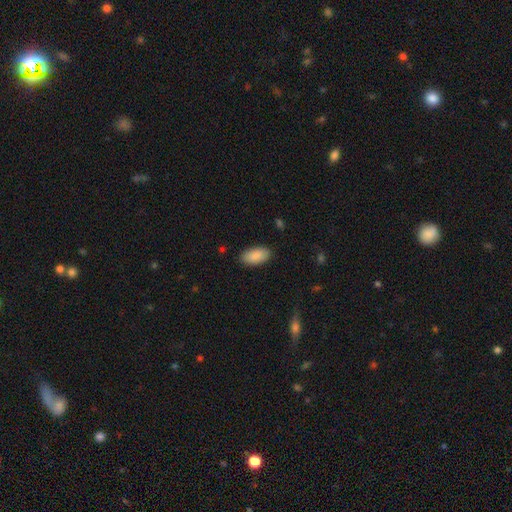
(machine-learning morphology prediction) smooth-or-featured: smooth: 89% | star or artifact: 6% | featured or disk: 5%
  how-rounded: in between: 95% | cigar-shaped: 3% | round: 2%
  merging: none: 87% | minor disturbance: 10% | major disturbance: 2% | merger: 1%